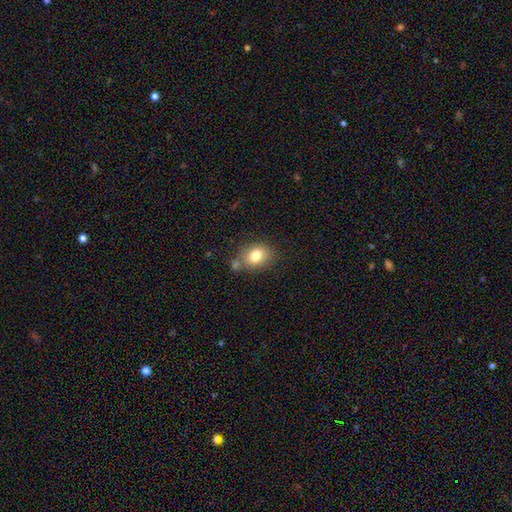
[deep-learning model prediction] Smooth or featured? Predicted: smooth (p=0.79). How rounded? Predicted: in between (p=0.62). Merging? Predicted: none (p=0.61).